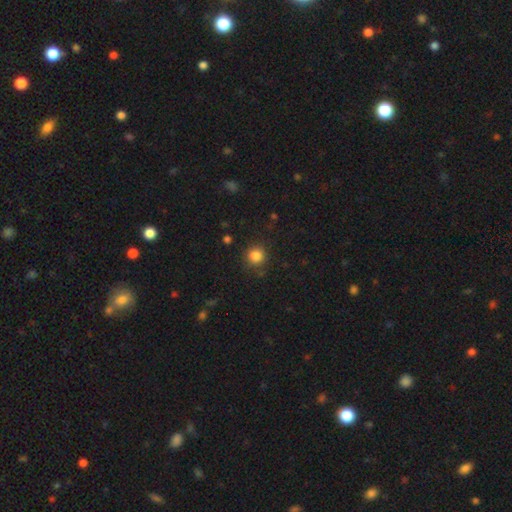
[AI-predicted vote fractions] Morphology: type=smooth (85%); roundness=round (91%); merging=none (85%).